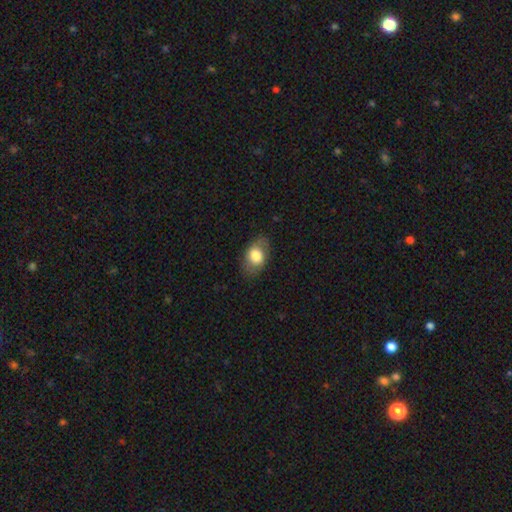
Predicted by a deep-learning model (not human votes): Overall: smooth (74%). How rounded: in between (85%). Merging: none (77%).